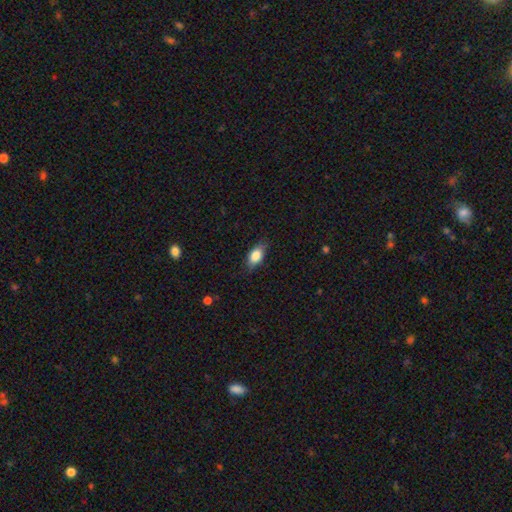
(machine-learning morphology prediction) A smooth galaxy with no disk features (79%) that is in between round and cigar-shaped (84%). Merging: none (78%).